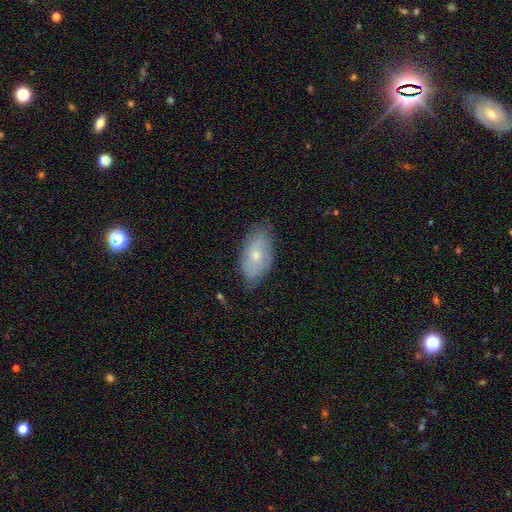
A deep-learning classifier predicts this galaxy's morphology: Overall: smooth (52%; featured or disk 41%). How rounded: in between (92%). Merging: none (71%).